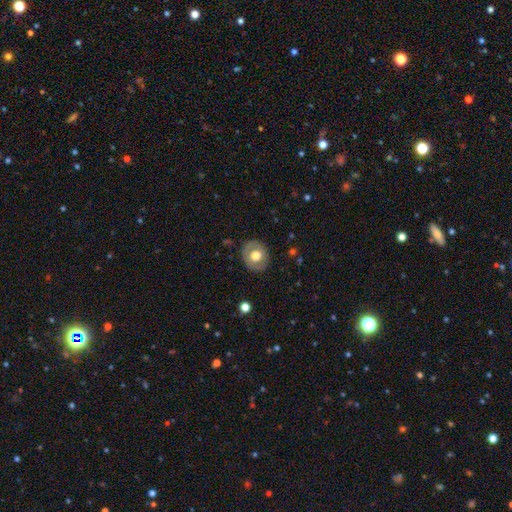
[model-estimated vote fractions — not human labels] smooth_or_featured: smooth (p=0.59) [alt: featured or disk p=0.34]
how_rounded: round (p=0.74) [alt: in between p=0.25]
merging: none (p=0.84) [alt: minor disturbance p=0.11]